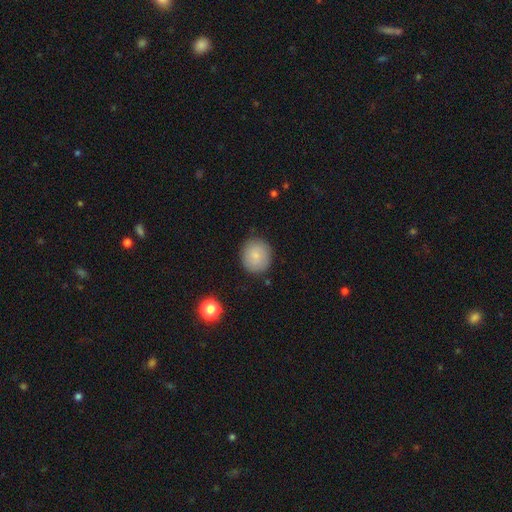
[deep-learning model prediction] This is clearly a smooth galaxy (82%). How rounded: likely round (78%). Merging: clearly none (84%).